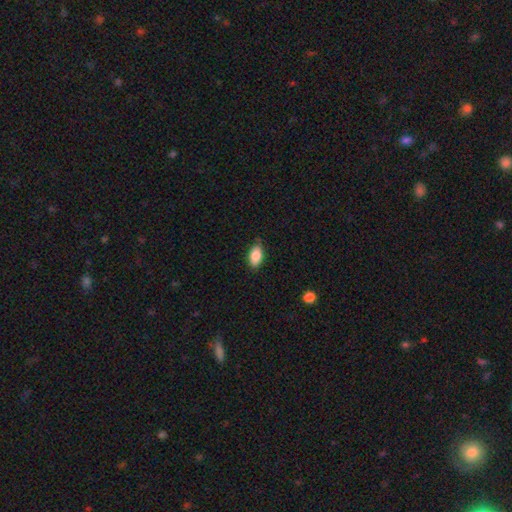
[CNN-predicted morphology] This is clearly a smooth galaxy (86%). How rounded: clearly in between (92%). Merging: clearly none (83%).